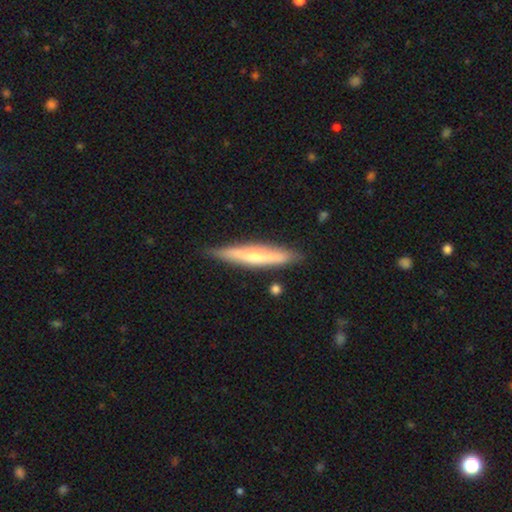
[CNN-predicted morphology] This is possibly a featured or disk galaxy (50%). Merging: clearly none (84%).